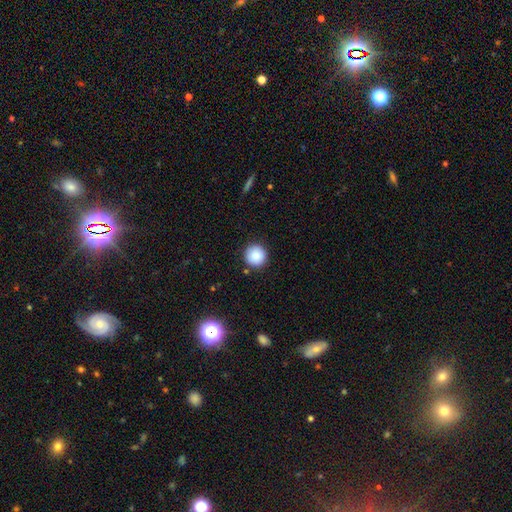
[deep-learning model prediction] Q: Smooth or featured?
A: smooth (87%); runner-up: star or artifact (9%)
Q: How rounded?
A: round (96%); runner-up: in between (3%)
Q: Merging?
A: none (90%); runner-up: minor disturbance (6%)